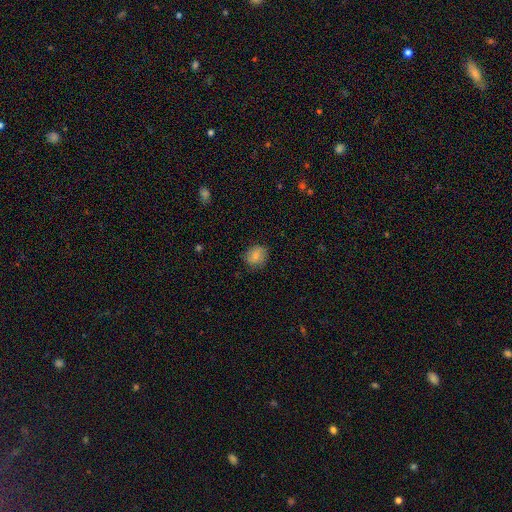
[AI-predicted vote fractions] Morphology: type=smooth (80%); roundness=round (68%); merging=none (79%).